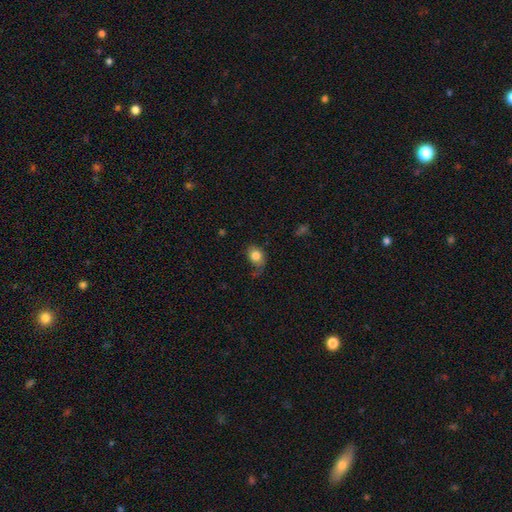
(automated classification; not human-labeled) Morphology: type=smooth (80%); roundness=in between (62%); merging=none (48%).